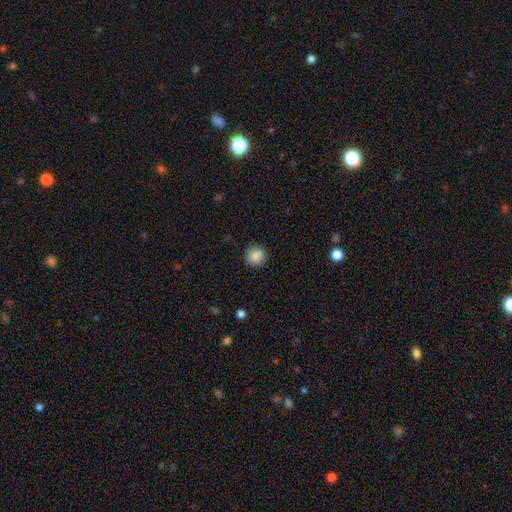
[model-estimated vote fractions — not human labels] The model was most divided on "smooth or featured": smooth: 87%, star or artifact: 9%, featured or disk: 4%. More confident: how rounded — round (95%); merging — none (92%).